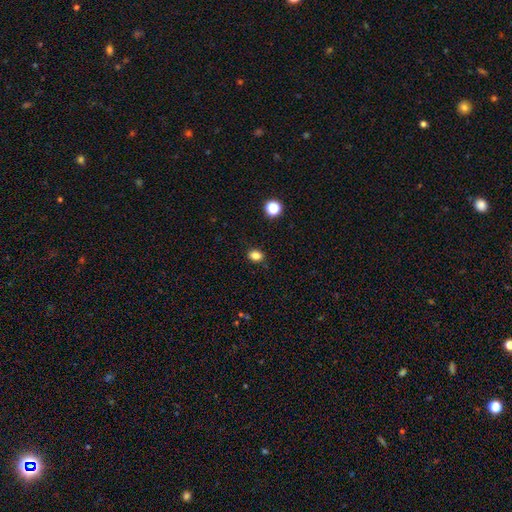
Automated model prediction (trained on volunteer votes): This appears to be a smooth galaxy with no disk features (83%) that is in between round and cigar-shaped (55%). Merging: none (88%).